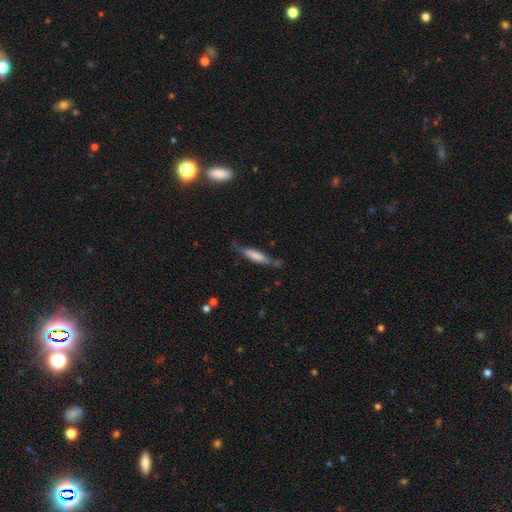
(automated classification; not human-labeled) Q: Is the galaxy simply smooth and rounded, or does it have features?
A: smooth — 66%.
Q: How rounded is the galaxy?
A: cigar-shaped — 76%.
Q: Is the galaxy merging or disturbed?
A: none — 61%.